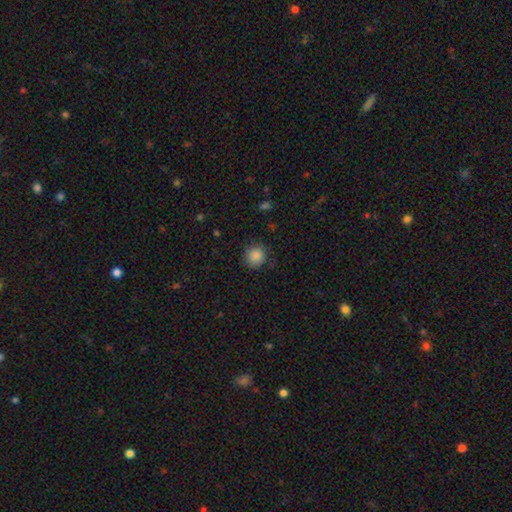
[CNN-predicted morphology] smooth 87%, star or artifact 9%, featured or disk 3%. Down the decision tree: how rounded — round (91%); merging — none (86%).